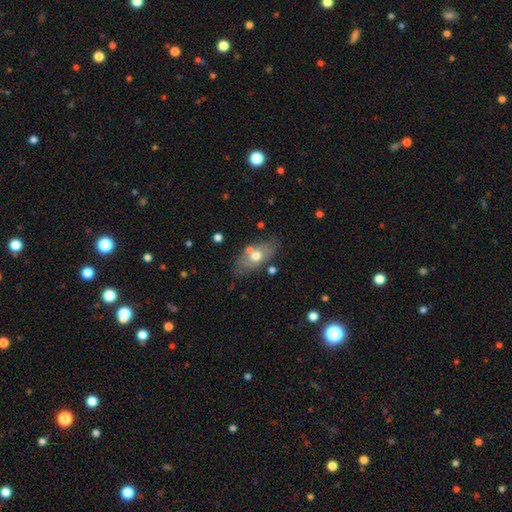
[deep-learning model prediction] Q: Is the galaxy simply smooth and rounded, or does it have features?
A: smooth — 62%.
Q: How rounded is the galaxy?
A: in between — 84%.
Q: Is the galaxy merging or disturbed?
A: none — 70%.